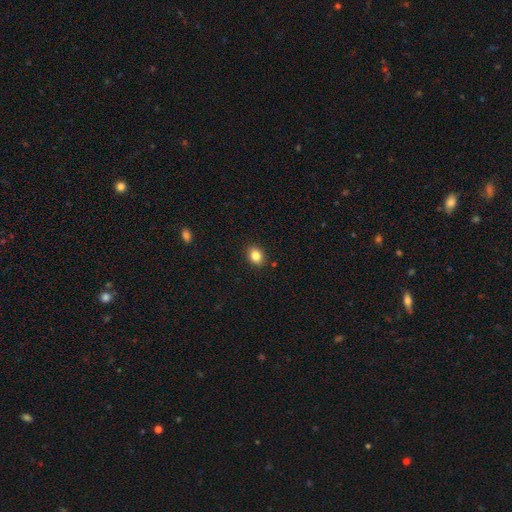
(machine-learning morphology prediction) This appears to be a smooth galaxy with no disk features (84%) that is in between round and cigar-shaped (55%). Merging: none (89%).